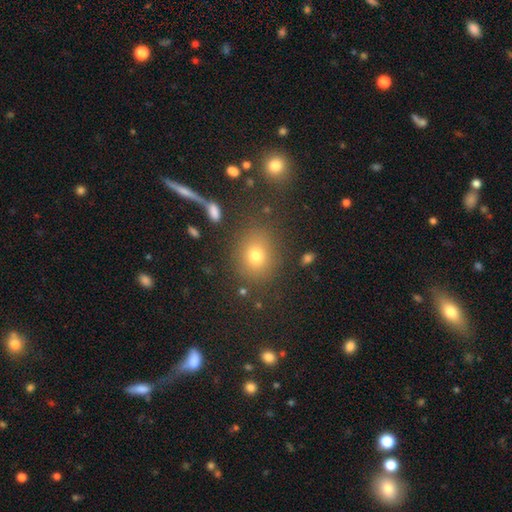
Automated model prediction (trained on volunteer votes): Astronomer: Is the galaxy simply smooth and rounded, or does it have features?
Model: smooth — 71%.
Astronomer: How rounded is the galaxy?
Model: round — 64%.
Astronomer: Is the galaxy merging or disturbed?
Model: none — 81%.